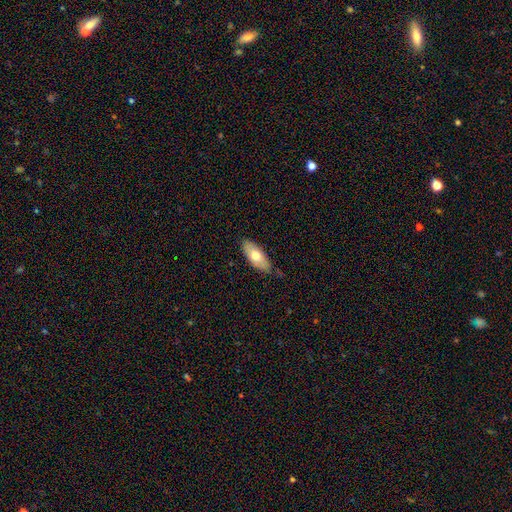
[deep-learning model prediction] Q: Smooth or featured?
A: smooth (65%); runner-up: featured or disk (29%)
Q: How rounded?
A: in between (82%); runner-up: cigar-shaped (15%)
Q: Merging?
A: none (76%); runner-up: minor disturbance (19%)